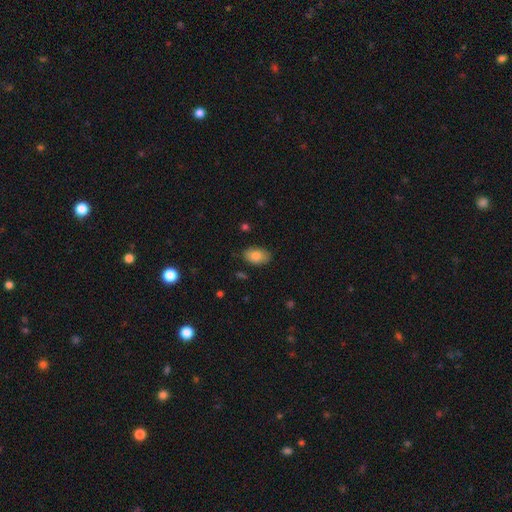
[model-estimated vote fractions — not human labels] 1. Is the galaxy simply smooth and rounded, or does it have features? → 82% smooth, 11% featured or disk, 7% star or artifact.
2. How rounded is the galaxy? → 90% in between, 8% round, 1% cigar-shaped.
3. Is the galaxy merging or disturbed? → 81% none, 15% minor disturbance, 3% major disturbance, 1% merger.